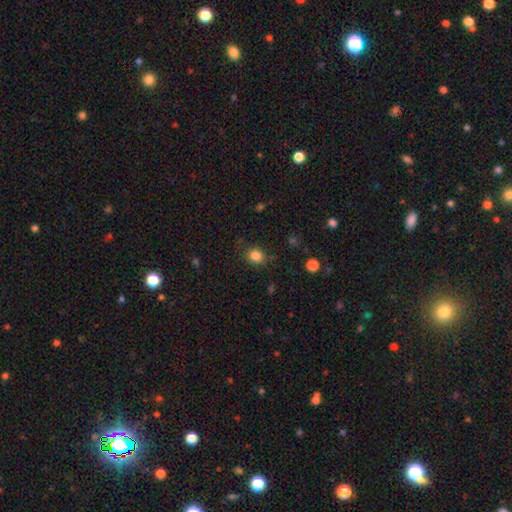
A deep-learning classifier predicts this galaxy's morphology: smooth_or_featured: smooth (p=0.84) [alt: star or artifact p=0.12]
how_rounded: round (p=0.76) [alt: in between p=0.23]
merging: none (p=0.85) [alt: minor disturbance p=0.10]